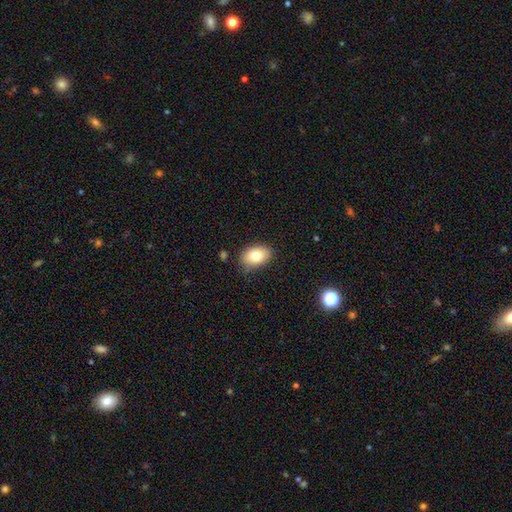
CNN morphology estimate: smooth-or-featured: smooth: 78% | featured or disk: 13% | star or artifact: 8%
  how-rounded: in between: 88% | round: 11% | cigar-shaped: 1%
  merging: none: 82% | minor disturbance: 14% | major disturbance: 3% | merger: 2%